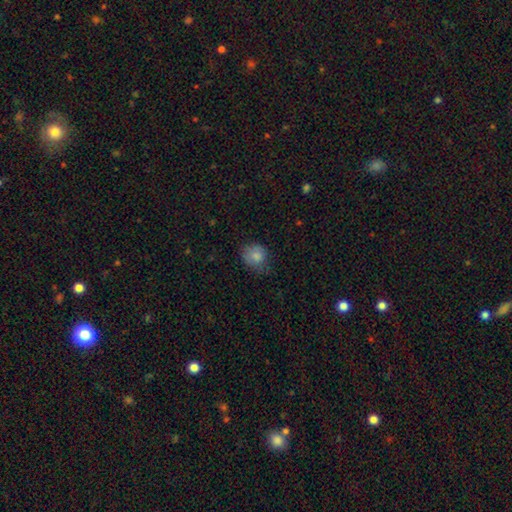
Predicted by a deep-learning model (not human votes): smooth-or-featured: smooth: 82% | star or artifact: 10% | featured or disk: 8%
  how-rounded: round: 72% | in between: 27% | cigar-shaped: 1%
  merging: none: 58% | minor disturbance: 30% | major disturbance: 10% | merger: 1%